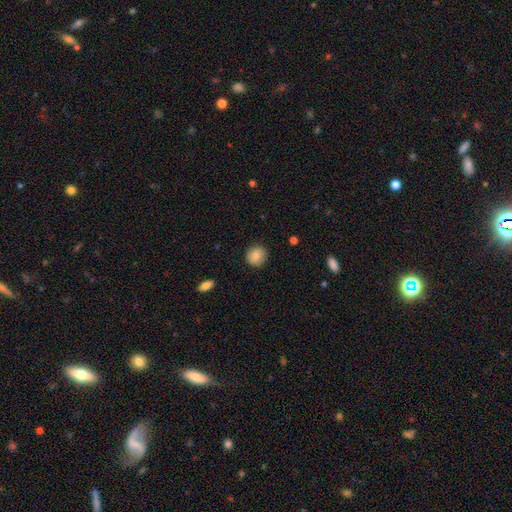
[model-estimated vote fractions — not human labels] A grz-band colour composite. It shows a smooth galaxy with no disk features (84%) that is round (88%). Merging: none (87%).